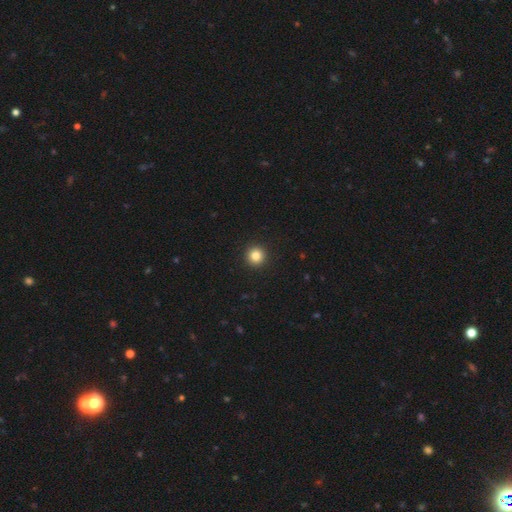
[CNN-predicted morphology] Smooth or featured? Predicted: smooth (p=0.84). How rounded? Predicted: round (p=0.96). Merging? Predicted: none (p=0.94).